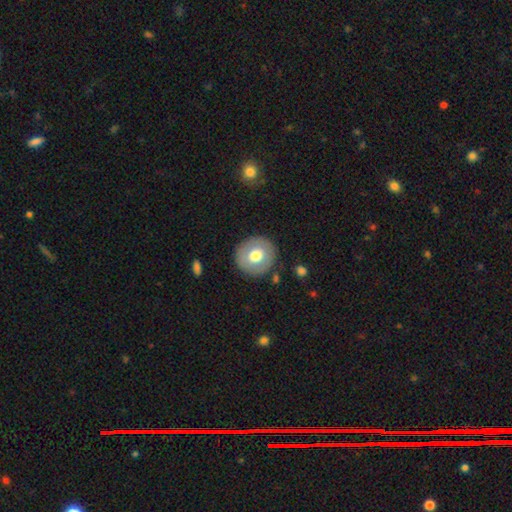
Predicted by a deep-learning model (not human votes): A smooth galaxy with no disk features (66%) that is round (91%). Merging: none (88%).